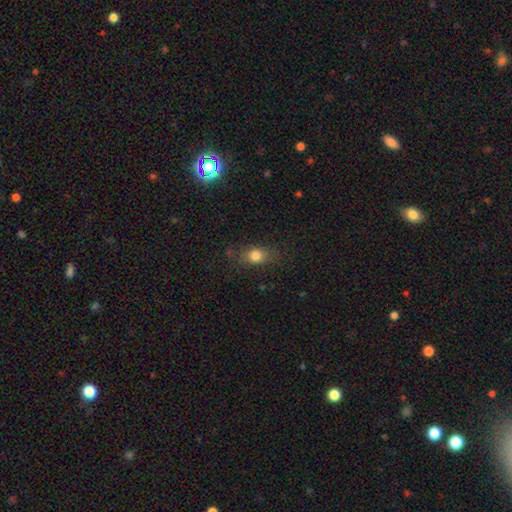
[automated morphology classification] smooth_or_featured: smooth (p=0.78) [alt: star or artifact p=0.12]
how_rounded: in between (p=0.58) [alt: round p=0.37]
merging: none (p=0.75) [alt: minor disturbance p=0.17]